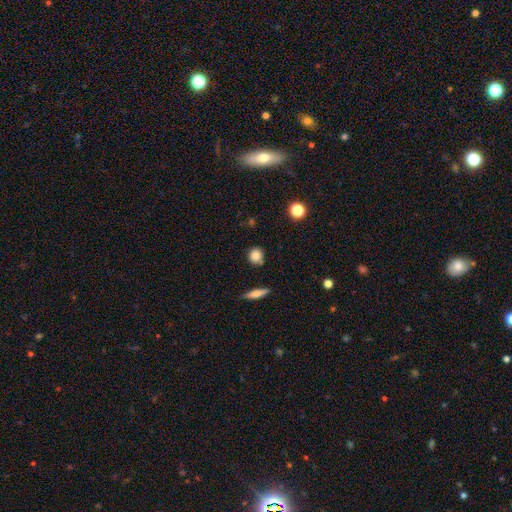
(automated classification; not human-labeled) smooth-or-featured: smooth: 84% | star or artifact: 10% | featured or disk: 7%
  how-rounded: round: 84% | in between: 14% | cigar-shaped: 2%
  merging: none: 78% | minor disturbance: 15% | merger: 4% | major disturbance: 3%